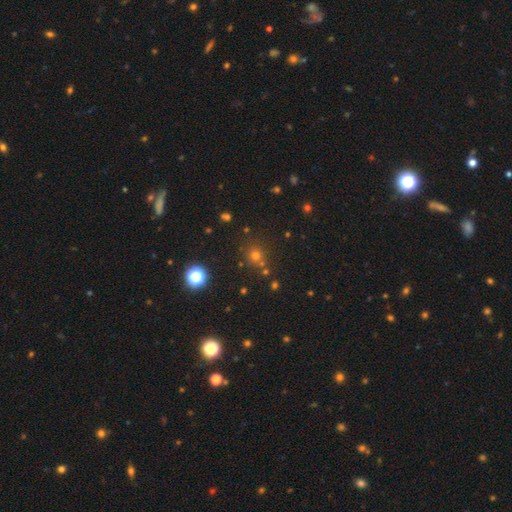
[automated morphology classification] type=smooth (58%); roundness=round (90%); merging=none (76%).